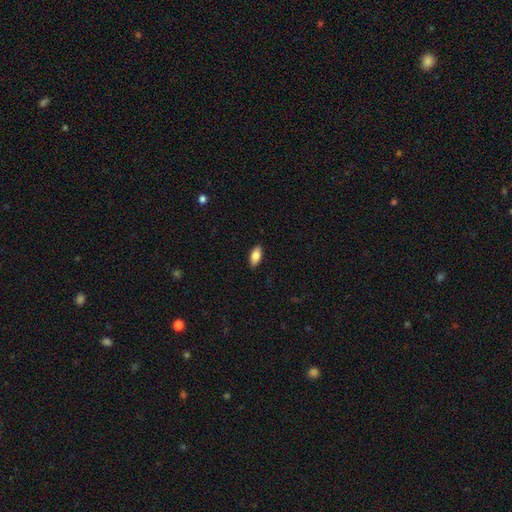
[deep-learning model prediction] A smooth galaxy with no disk features (82%) that is in between round and cigar-shaped (90%). Merging: none (90%).